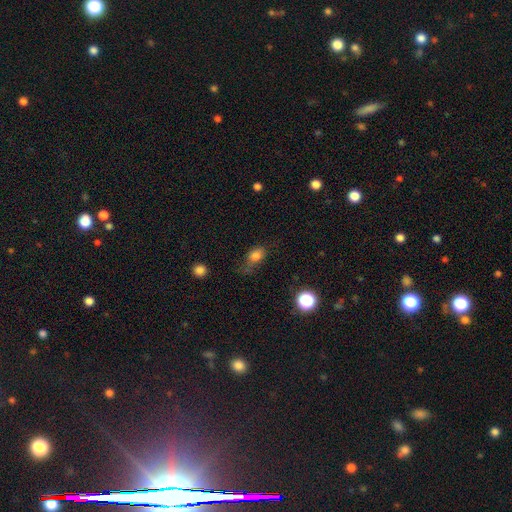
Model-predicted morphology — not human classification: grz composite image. It shows a smooth galaxy with no disk features (77%) that is in between round and cigar-shaped (70%). Merging: none (45%).